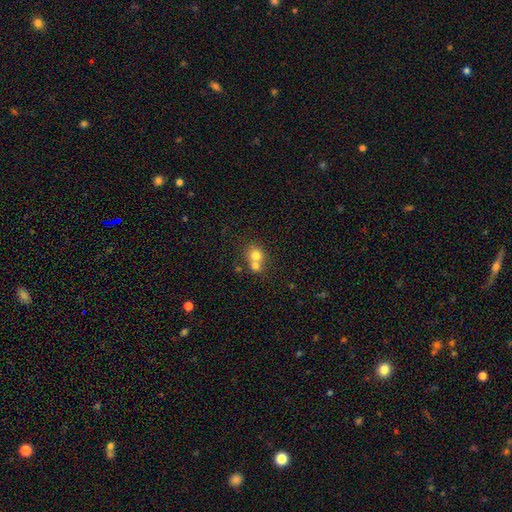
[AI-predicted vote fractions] Smooth or featured? Predicted: smooth (p=0.73). How rounded? Predicted: round (p=0.79). Merging? Predicted: merger (p=0.58).